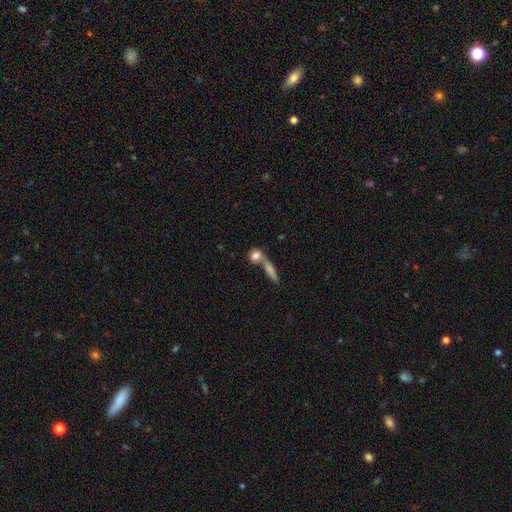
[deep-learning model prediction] smooth 75%, featured or disk 16%, star or artifact 9%. Down the decision tree: how rounded — round (60%); merging — merger (45%).